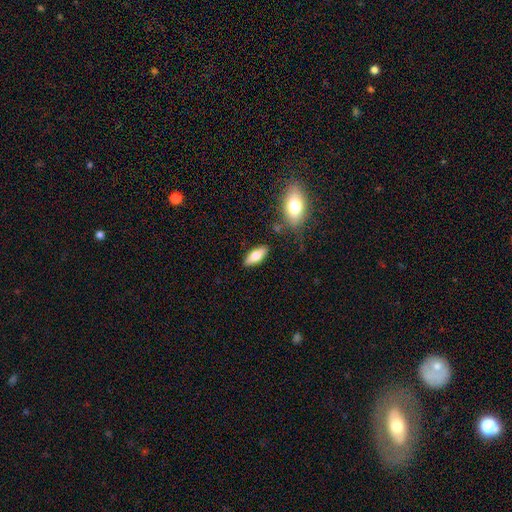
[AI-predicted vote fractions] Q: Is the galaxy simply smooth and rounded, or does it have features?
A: smooth — 72%.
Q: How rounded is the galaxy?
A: in between — 73%.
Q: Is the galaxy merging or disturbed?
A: none — 83%.